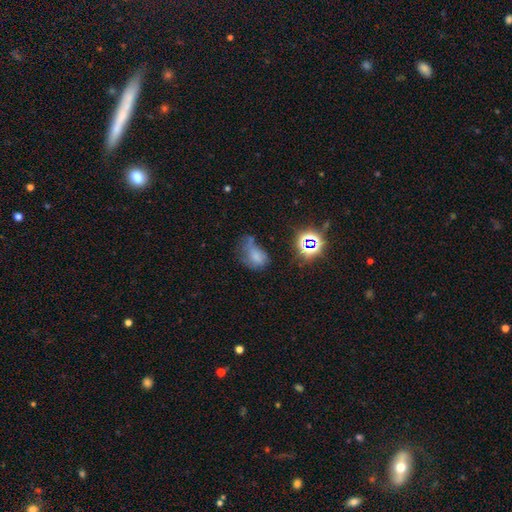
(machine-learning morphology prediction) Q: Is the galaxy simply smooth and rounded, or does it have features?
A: smooth — 58%.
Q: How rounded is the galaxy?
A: in between — 74%.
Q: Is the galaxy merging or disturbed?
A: minor disturbance — 30%.